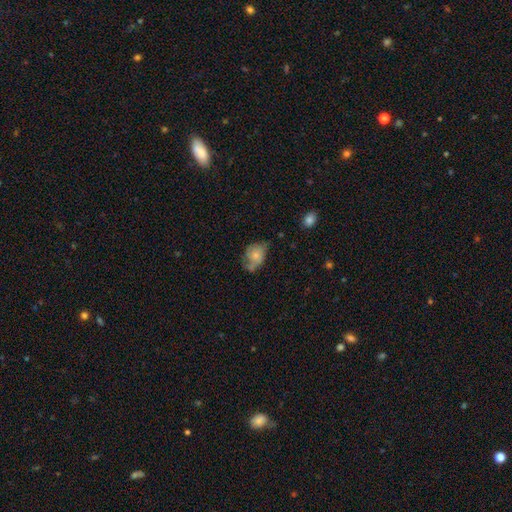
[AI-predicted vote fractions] Smooth or featured? smooth (58%)
How rounded? in between (62%)
Merging? none (35%)